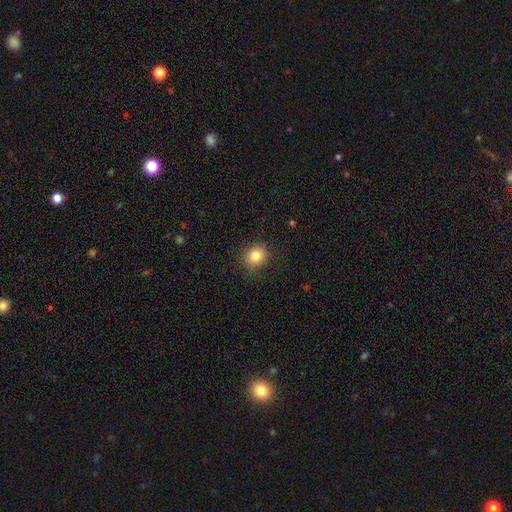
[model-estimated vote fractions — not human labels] Morphology: type=smooth (82%); roundness=round (82%); merging=none (87%).